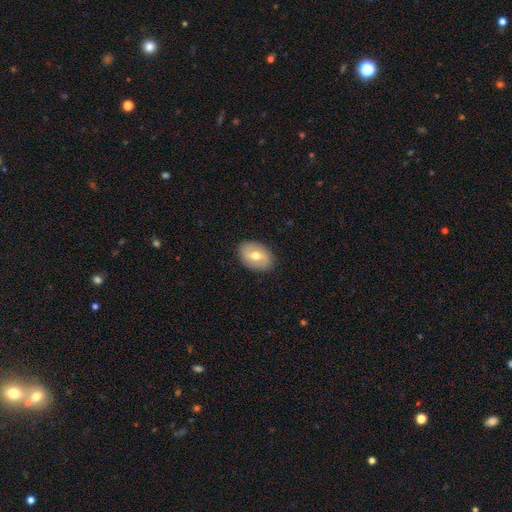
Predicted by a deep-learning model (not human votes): smooth 57%, featured or disk 36%, star or artifact 7%. Down the decision tree: how rounded — in between (77%); merging — none (86%).